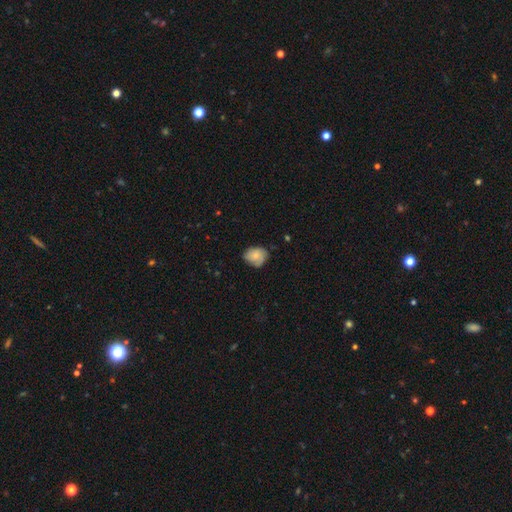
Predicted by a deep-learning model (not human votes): The model was most divided on "how rounded": round: 53%, in between: 46%, cigar-shaped: 1%. More confident: smooth or featured — smooth (71%); merging — none (61%).